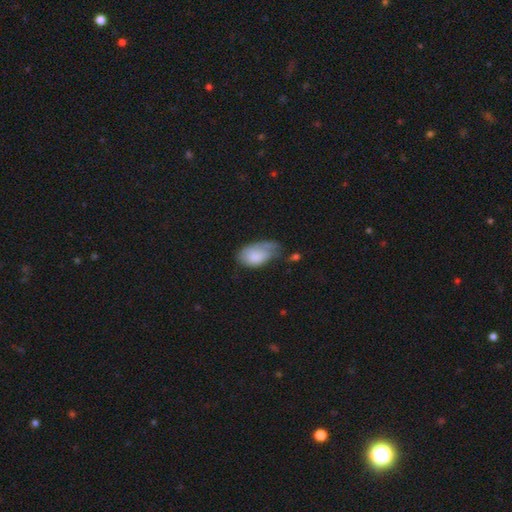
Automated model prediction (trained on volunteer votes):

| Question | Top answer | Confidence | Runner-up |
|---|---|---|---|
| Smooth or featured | smooth | 76% | featured or disk (17%) |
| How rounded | in between | 93% | round (5%) |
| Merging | minor disturbance | 39% | none (28%) |